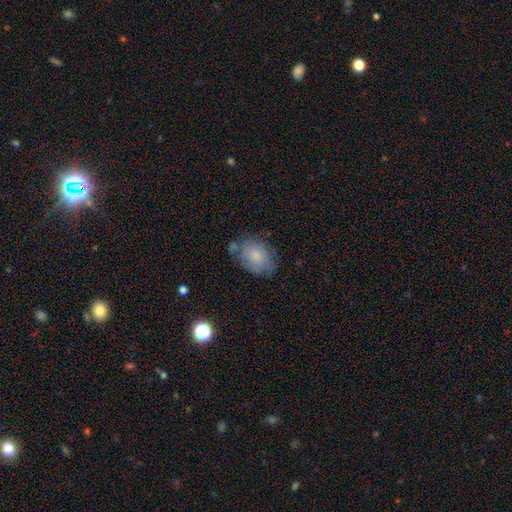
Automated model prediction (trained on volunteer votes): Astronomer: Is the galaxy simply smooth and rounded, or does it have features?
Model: smooth — 75%.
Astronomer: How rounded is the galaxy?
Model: in between — 75%.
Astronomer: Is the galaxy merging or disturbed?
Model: none — 63%.